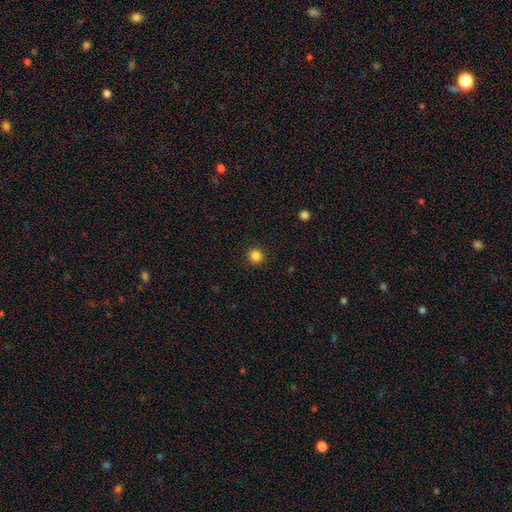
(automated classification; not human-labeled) A smooth galaxy with no disk features (84%) that is round (93%). Merging: none (92%).